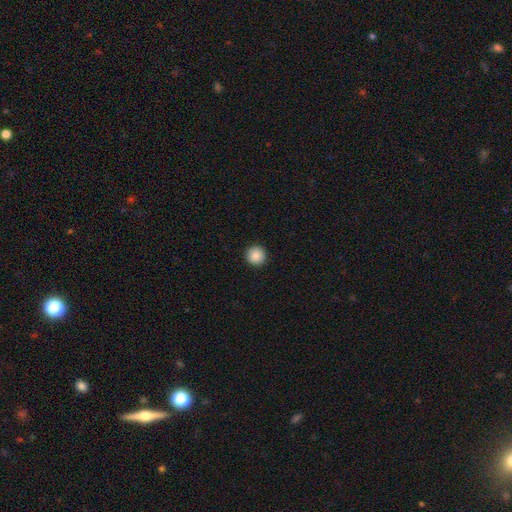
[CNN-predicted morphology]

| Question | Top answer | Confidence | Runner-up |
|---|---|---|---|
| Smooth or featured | smooth | 87% | star or artifact (9%) |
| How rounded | round | 96% | in between (3%) |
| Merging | none | 93% | minor disturbance (5%) |